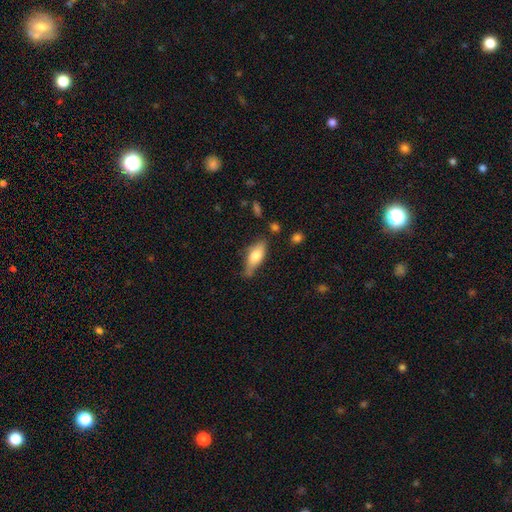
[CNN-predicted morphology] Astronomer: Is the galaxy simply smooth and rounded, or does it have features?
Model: smooth — 70%.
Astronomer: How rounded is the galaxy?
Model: in between — 71%.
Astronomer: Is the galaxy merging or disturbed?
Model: none — 62%.